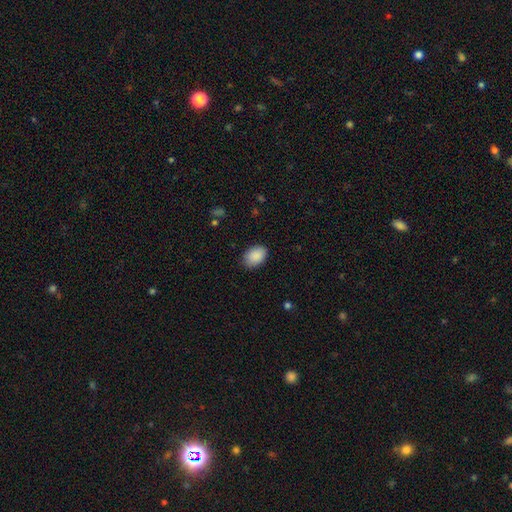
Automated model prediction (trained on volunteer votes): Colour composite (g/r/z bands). It shows a smooth galaxy with no disk features (90%) that is in between round and cigar-shaped (85%). Merging: none (84%).